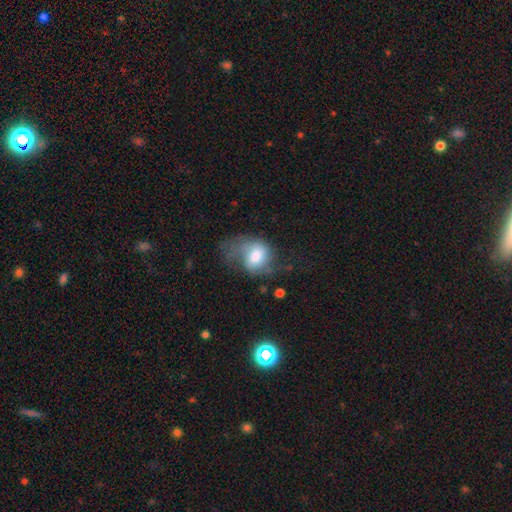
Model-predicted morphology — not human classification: The model was most divided on "how rounded": in between: 56%, round: 42%, cigar-shaped: 1%. Remaining: smooth or featured — smooth (58%); merging — major disturbance (45%).